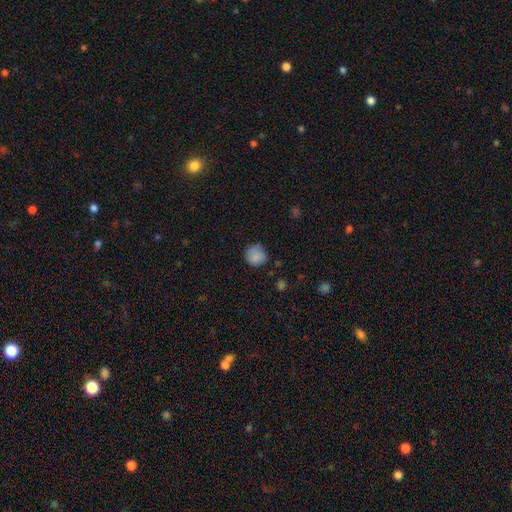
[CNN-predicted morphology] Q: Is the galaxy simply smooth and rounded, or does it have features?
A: smooth — 84%.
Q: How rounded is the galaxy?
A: round — 86%.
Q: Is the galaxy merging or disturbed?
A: none — 70%.